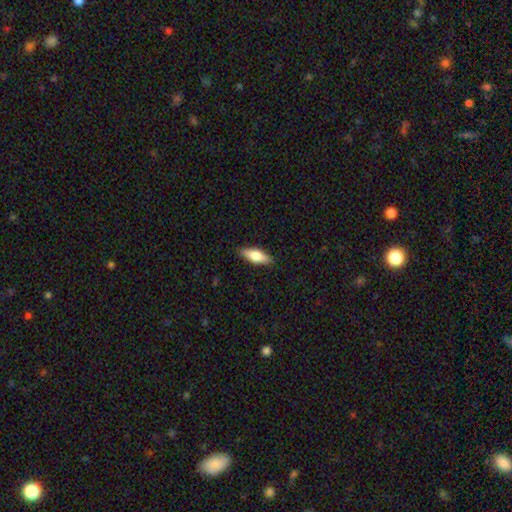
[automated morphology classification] Smooth or featured?
  - smooth: 70% *
  - featured or disk: 24%
  - star or artifact: 6%
How rounded?
  - in between: 62% *
  - cigar-shaped: 36%
  - round: 2%
Merging?
  - none: 88% *
  - minor disturbance: 9%
  - major disturbance: 2%
  - merger: 1%